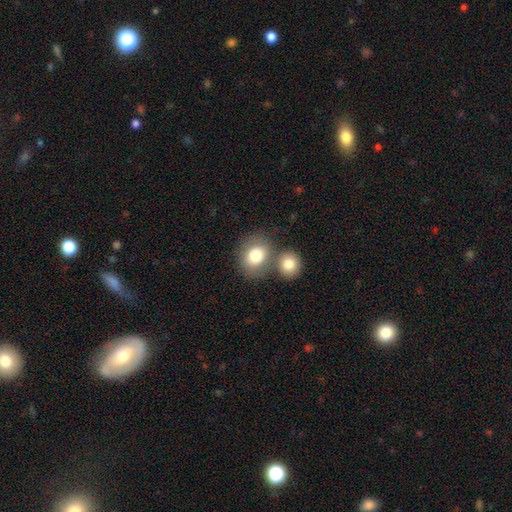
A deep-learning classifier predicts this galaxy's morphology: This is likely a smooth galaxy (79%). How rounded: possibly round (58%). Merging: possibly none (49%).